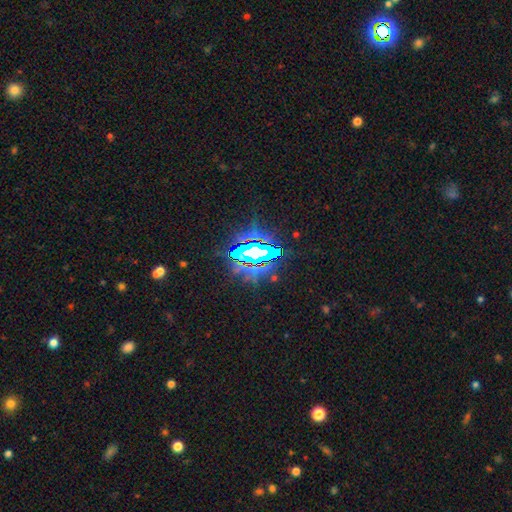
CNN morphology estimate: type=star or artifact (77%).